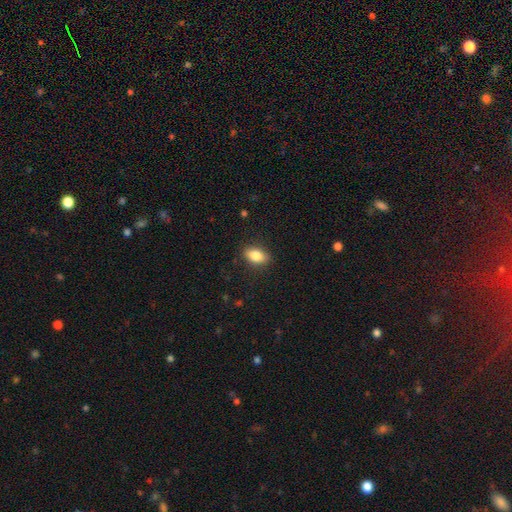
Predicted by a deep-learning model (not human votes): smooth-or-featured: smooth: 84% | star or artifact: 8% | featured or disk: 8%
  how-rounded: in between: 87% | round: 10% | cigar-shaped: 3%
  merging: none: 87% | minor disturbance: 10% | major disturbance: 2% | merger: 1%